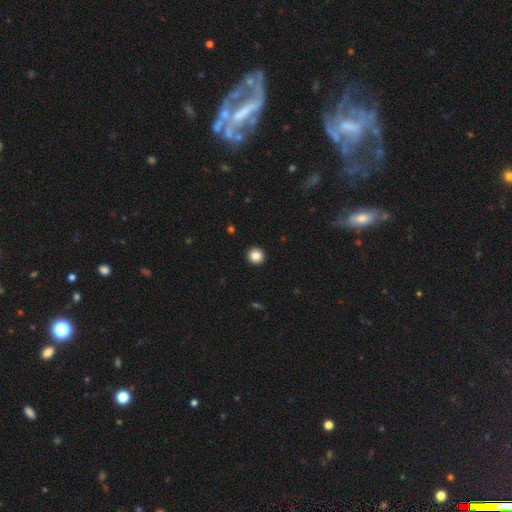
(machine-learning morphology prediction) smooth-or-featured: smooth: 86% | star or artifact: 10% | featured or disk: 4%
  how-rounded: round: 94% | in between: 5% | cigar-shaped: 1%
  merging: none: 94% | minor disturbance: 4% | major disturbance: 1% | merger: 1%